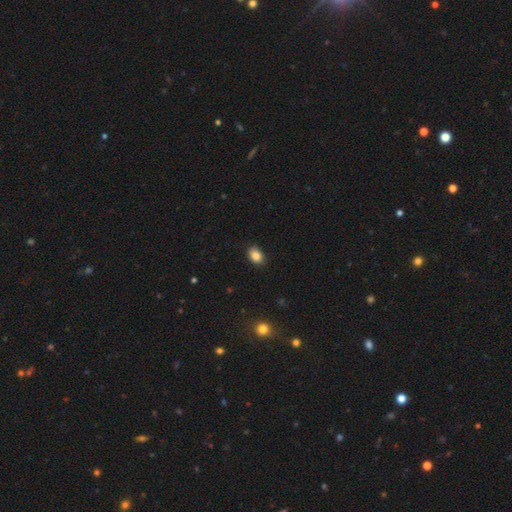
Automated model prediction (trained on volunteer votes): Morphology: type=smooth (87%); roundness=in between (75%); merging=none (88%).